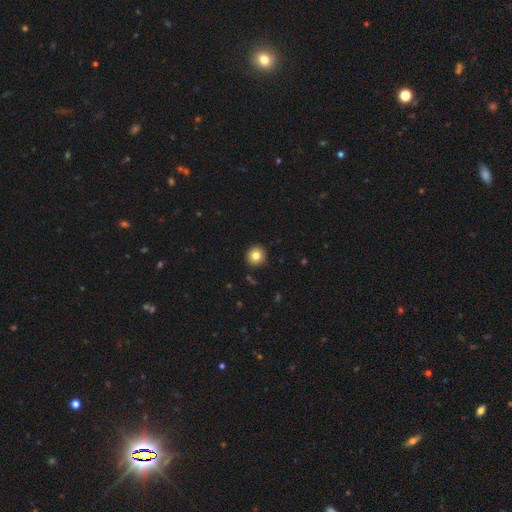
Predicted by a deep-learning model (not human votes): smooth 82%, star or artifact 10%, featured or disk 8%. Down the decision tree: how rounded — round (94%); merging — none (91%).